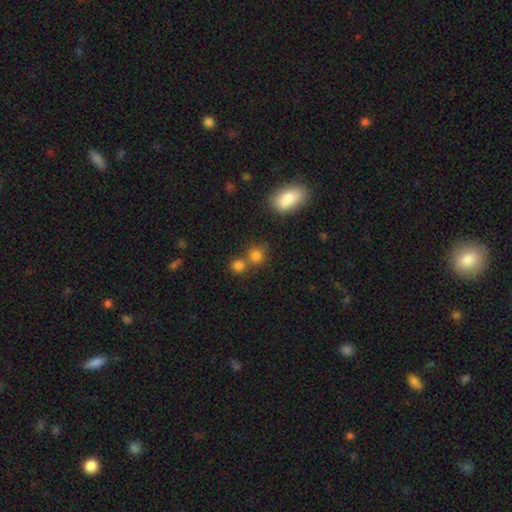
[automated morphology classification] This is likely a smooth galaxy (78%). How rounded: clearly round (81%). Merging: possibly none (55%).